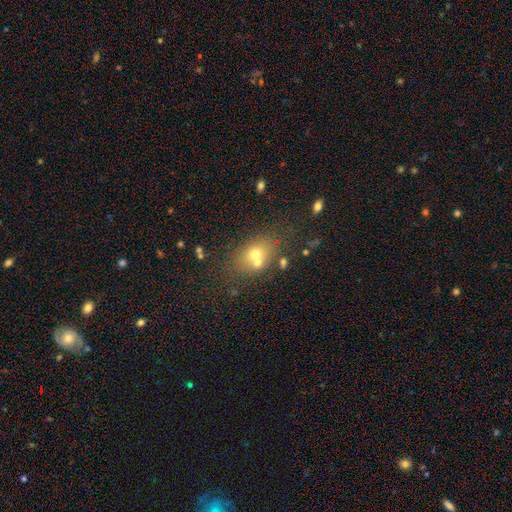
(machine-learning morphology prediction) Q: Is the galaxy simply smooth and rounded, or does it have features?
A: smooth — 62%.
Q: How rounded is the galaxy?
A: in between — 56%.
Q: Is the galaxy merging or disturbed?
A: none — 46%.